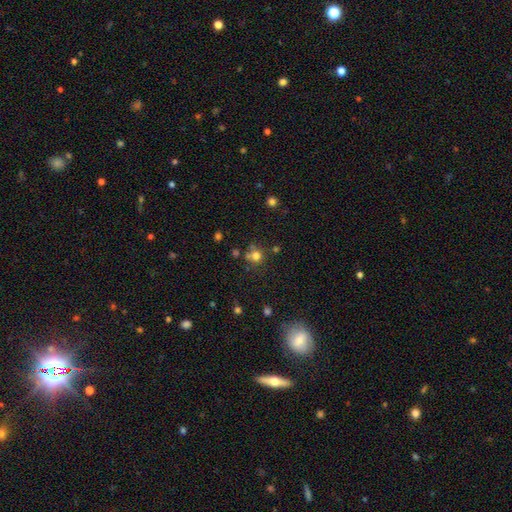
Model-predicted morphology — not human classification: type=smooth (71%); roundness=round (88%); merging=none (62%).